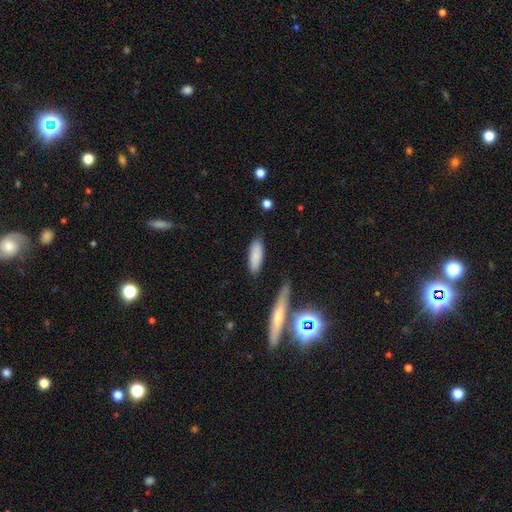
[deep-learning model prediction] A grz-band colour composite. It shows a smooth galaxy with no disk features (85%) that is in between round and cigar-shaped (65%). Merging: none (79%).